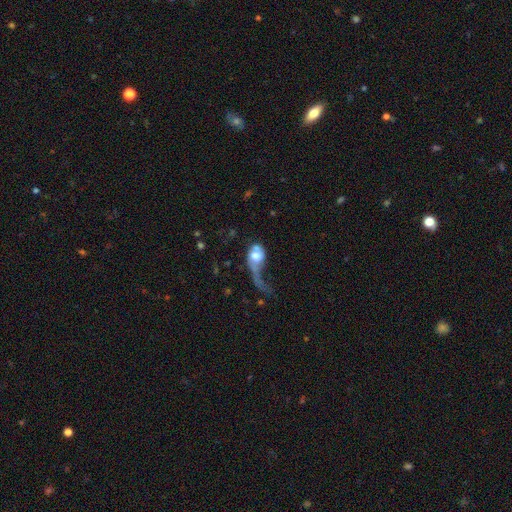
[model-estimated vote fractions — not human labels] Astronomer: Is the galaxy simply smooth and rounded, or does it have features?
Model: smooth — 52% (runner-up: featured or disk, 40%).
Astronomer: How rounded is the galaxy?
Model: round — 49% (runner-up: in between, 48%).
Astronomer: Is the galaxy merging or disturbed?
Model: major disturbance — 63%.